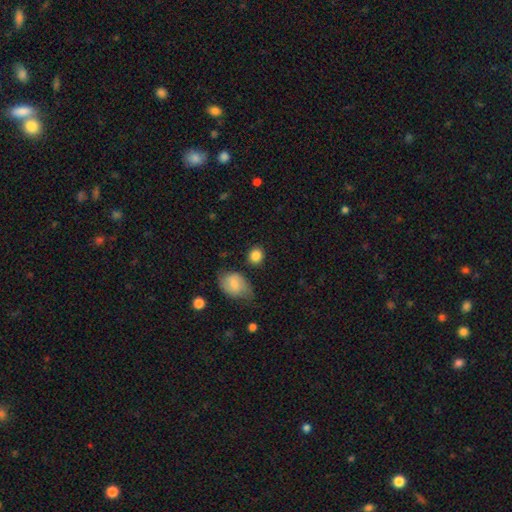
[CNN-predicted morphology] Smooth or featured?
  - smooth: 86% *
  - star or artifact: 8%
  - featured or disk: 6%
How rounded?
  - round: 78% *
  - in between: 21%
  - cigar-shaped: 1%
Merging?
  - none: 80% *
  - minor disturbance: 11%
  - merger: 5%
  - major disturbance: 3%